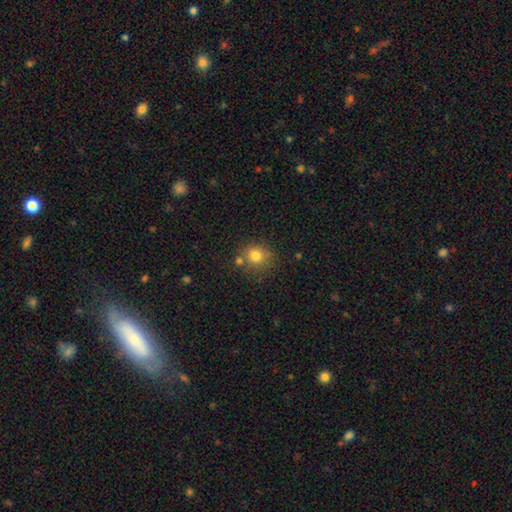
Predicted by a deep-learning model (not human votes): Morphology: type=smooth (79%); roundness=round (83%); merging=none (68%).